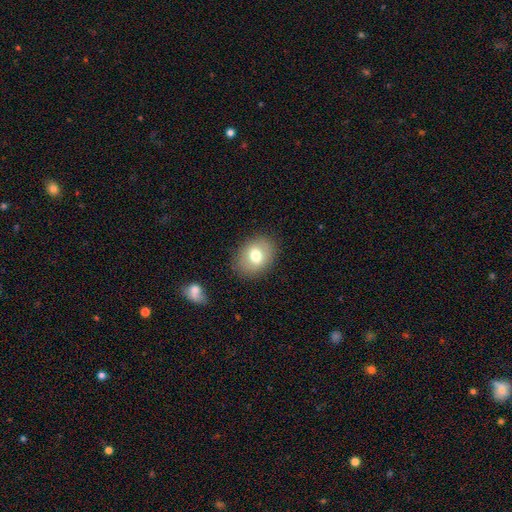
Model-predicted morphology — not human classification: Overall: smooth (73%). How rounded: in between (63%; round 36%). Merging: none (85%).